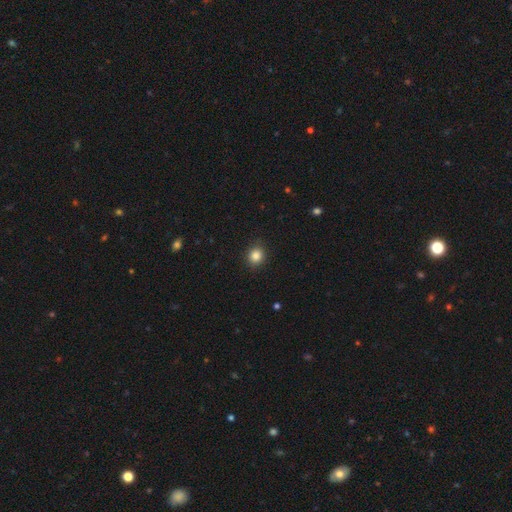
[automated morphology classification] Smooth or featured: smooth — 85% (star or artifact — 11%)
How rounded: round — 80% (in between — 19%)
Merging: none — 89% (minor disturbance — 8%)